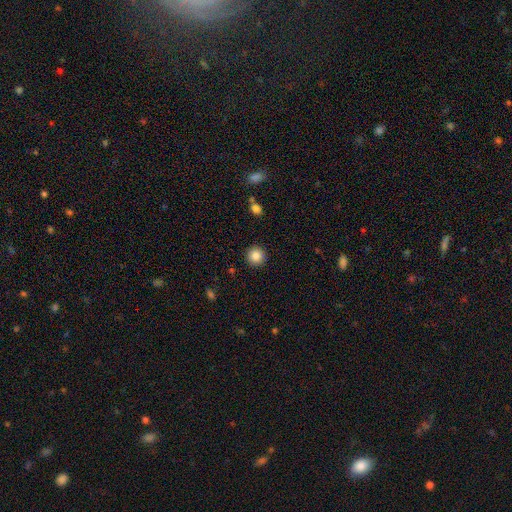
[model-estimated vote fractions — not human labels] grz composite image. It shows a smooth galaxy with no disk features (86%) that is round (95%). Merging: none (92%).